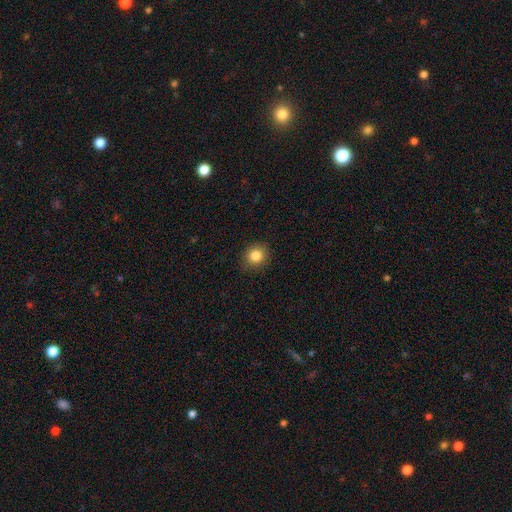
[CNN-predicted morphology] smooth-or-featured: smooth: 84% | star or artifact: 11% | featured or disk: 6%
  how-rounded: round: 83% | in between: 16% | cigar-shaped: 1%
  merging: none: 89% | minor disturbance: 8% | major disturbance: 2% | merger: 1%